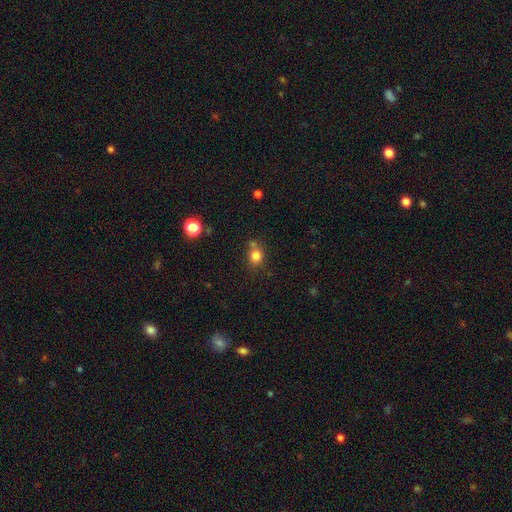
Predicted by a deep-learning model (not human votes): smooth-or-featured: smooth: 80% | star or artifact: 13% | featured or disk: 7%
  how-rounded: round: 73% | in between: 26% | cigar-shaped: 1%
  merging: none: 61% | merger: 19% | minor disturbance: 15% | major disturbance: 5%